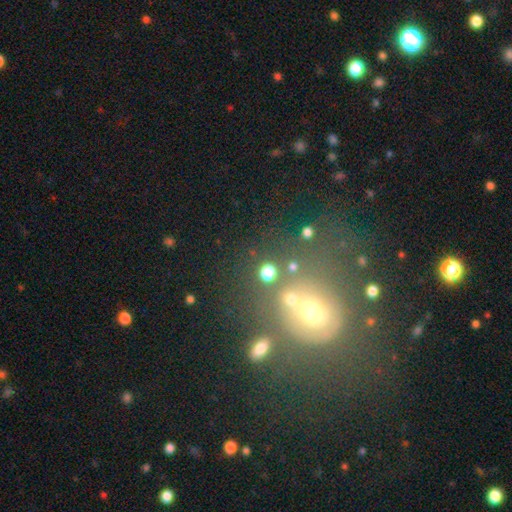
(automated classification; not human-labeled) Smooth or featured: smooth — 38% (star or artifact — 34%)
Merging: none — 50% (merger — 20%)